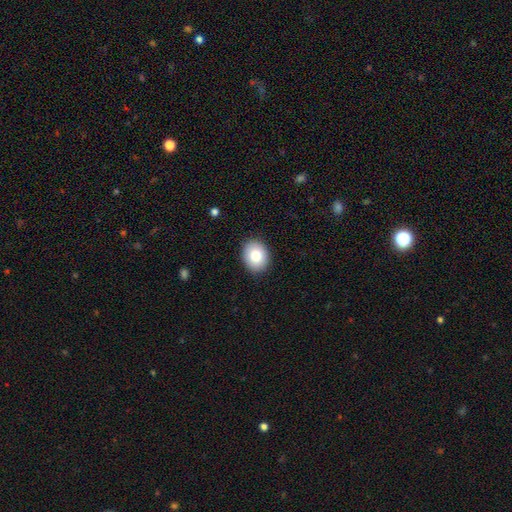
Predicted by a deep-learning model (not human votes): smooth 82%, featured or disk 10%, star or artifact 8%. Down the decision tree: how rounded — in between (55%); merging — none (89%).